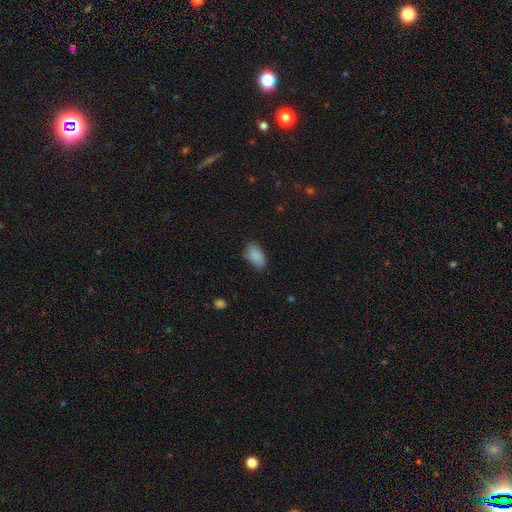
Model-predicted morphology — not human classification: Overall: smooth (88%). How rounded: in between (93%). Merging: none (78%).